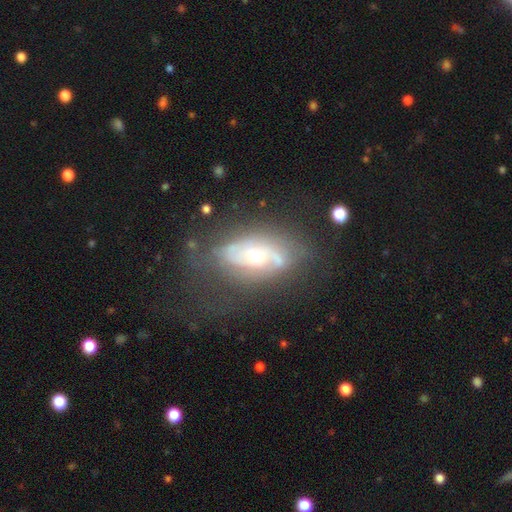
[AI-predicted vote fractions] Smooth or featured: featured or disk — 75% (smooth — 18%)
Edge-on disk: no — 91% (yes — 9%)
Bar: no — 67% (weak — 26%)
Spiral arms: yes — 81% (no — 19%)
Spiral winding: tight — 42% (medium — 39%)
Spiral arm count: 2 — 48% (can't tell — 33%)
Bulge size: moderate — 56% (small — 35%)
Merging: none — 54% (minor disturbance — 23%)